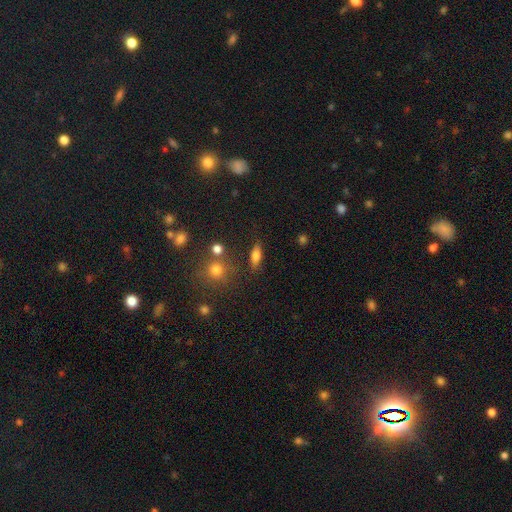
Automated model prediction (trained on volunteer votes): smooth 74%, featured or disk 16%, star or artifact 10%. Down the decision tree: how rounded — in between (67%); merging — none (78%).